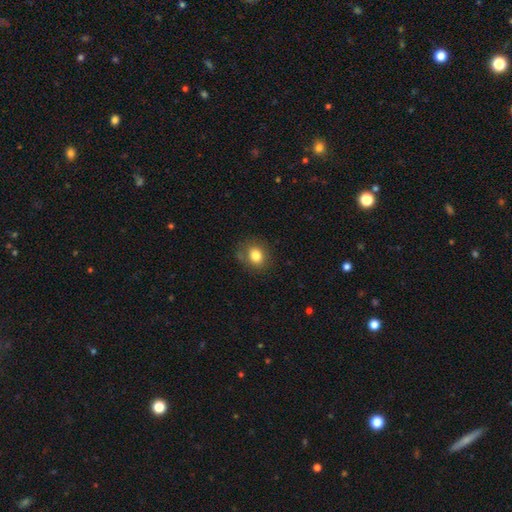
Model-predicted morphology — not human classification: type=smooth (81%); roundness=round (62%); merging=none (79%).